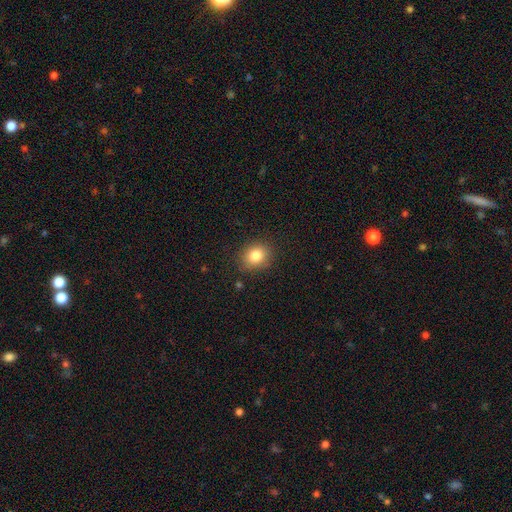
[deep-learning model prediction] smooth-or-featured: smooth: 83% | star or artifact: 10% | featured or disk: 7%
  how-rounded: round: 63% | in between: 36% | cigar-shaped: 1%
  merging: none: 85% | minor disturbance: 11% | major disturbance: 3% | merger: 1%